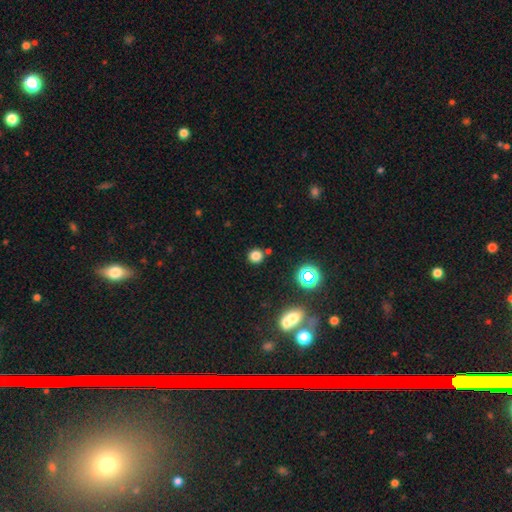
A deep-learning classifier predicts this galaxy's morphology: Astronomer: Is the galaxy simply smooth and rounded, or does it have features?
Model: smooth — 77%.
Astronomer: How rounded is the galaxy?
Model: round — 90%.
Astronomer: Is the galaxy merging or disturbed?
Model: none — 82%.